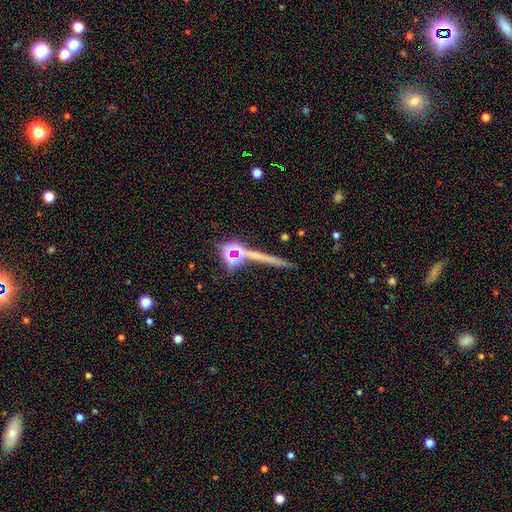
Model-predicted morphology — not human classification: Smooth or featured? star or artifact (38%)